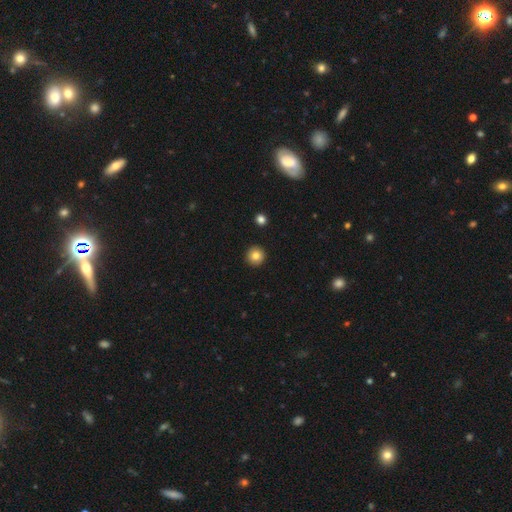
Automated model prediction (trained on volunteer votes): Overall: smooth (82%). How rounded: round (95%). Merging: none (93%).